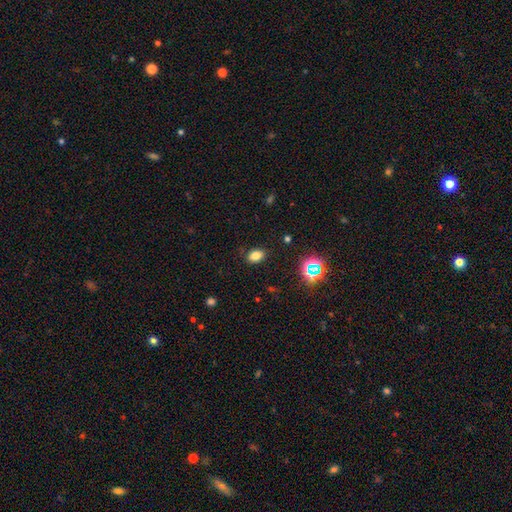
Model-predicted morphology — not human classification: A smooth galaxy with no disk features (76%) that is in between round and cigar-shaped (79%). Merging: none (87%).